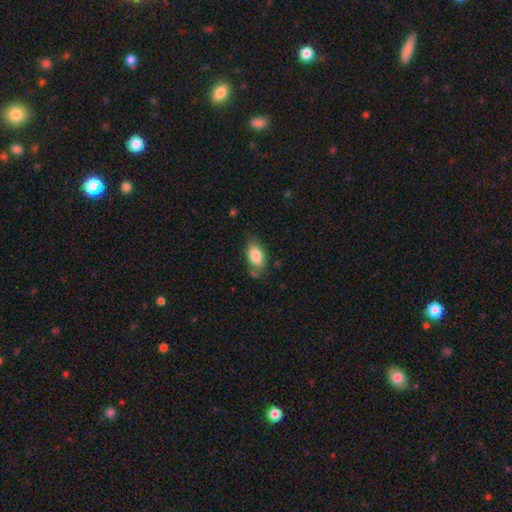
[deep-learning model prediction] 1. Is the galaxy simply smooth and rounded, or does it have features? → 83% smooth, 10% featured or disk, 7% star or artifact.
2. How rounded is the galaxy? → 92% in between, 5% round, 3% cigar-shaped.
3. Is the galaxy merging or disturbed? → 67% none, 23% minor disturbance, 6% major disturbance, 4% merger.